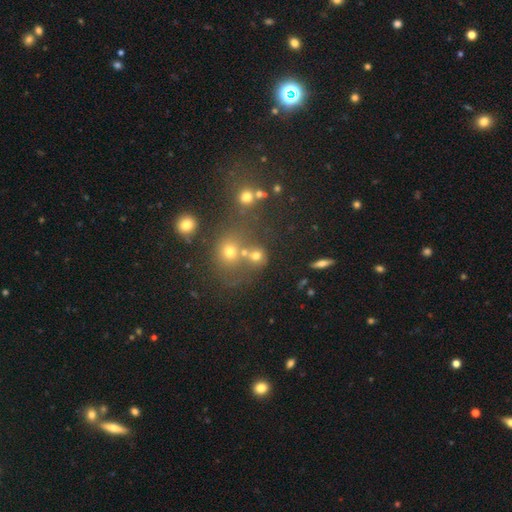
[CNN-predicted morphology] Smooth or featured? Predicted: smooth (p=0.69). How rounded? Predicted: round (p=0.74). Merging? Predicted: none (p=0.52).